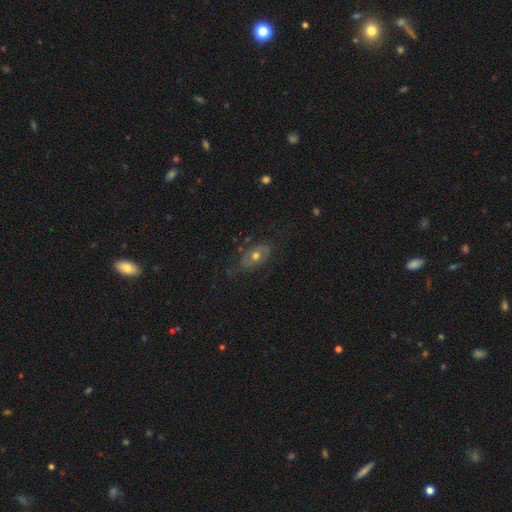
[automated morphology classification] smooth-or-featured: featured or disk: 53% | smooth: 37% | star or artifact: 9%
  disk-edge-on: no: 90% | yes: 10%
  merging: none: 61% | minor disturbance: 24% | major disturbance: 12% | merger: 2%